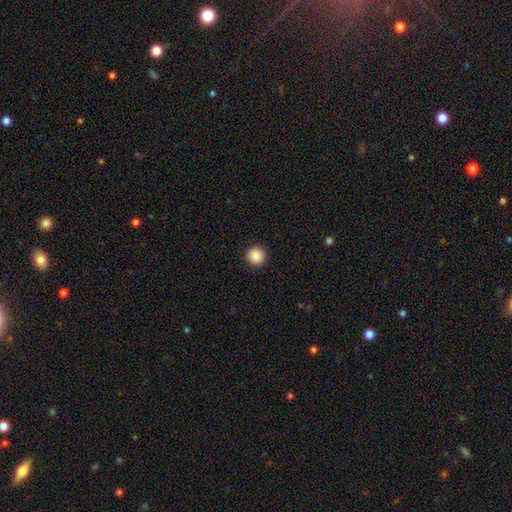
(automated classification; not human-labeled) smooth 88%, star or artifact 9%, featured or disk 3%. Down the decision tree: how rounded — round (95%); merging — none (93%).